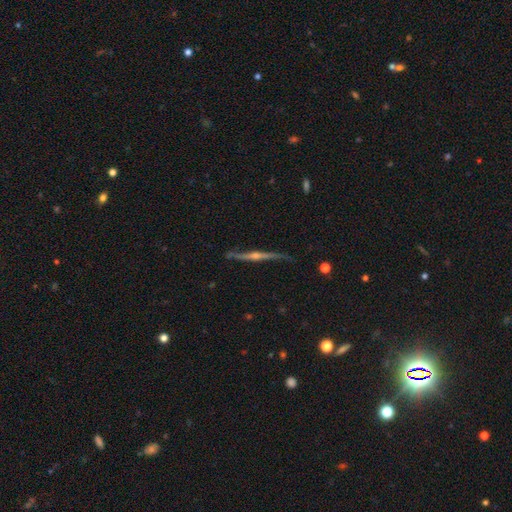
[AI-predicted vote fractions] Smooth or featured? Predicted: featured or disk (p=0.83). Edge-on disk? Predicted: yes (p=0.96). Edge-on bulge? Predicted: rounded (p=0.83). Merging? Predicted: none (p=0.75).